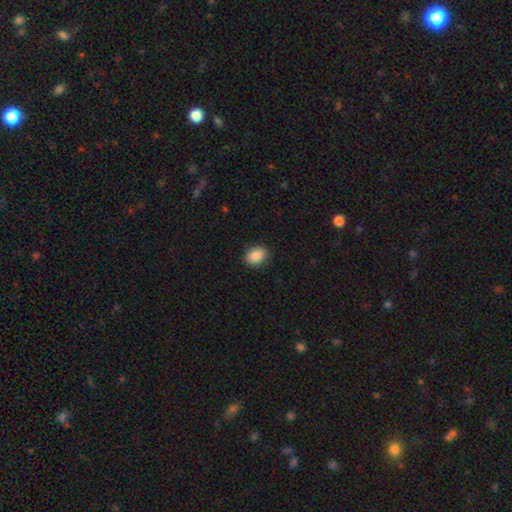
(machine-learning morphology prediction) Q: Smooth or featured?
A: smooth (88%); runner-up: star or artifact (8%)
Q: How rounded?
A: in between (71%); runner-up: round (28%)
Q: Merging?
A: none (88%); runner-up: minor disturbance (8%)